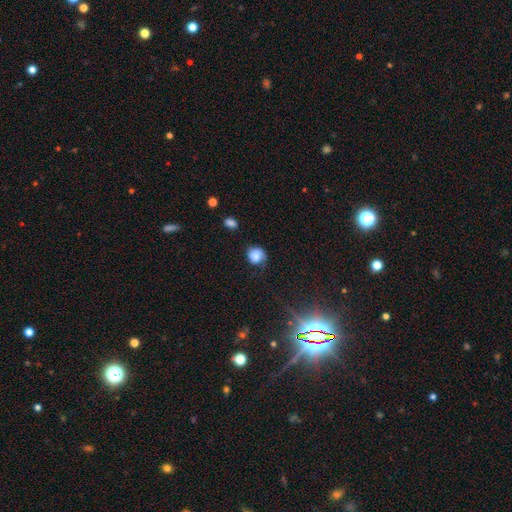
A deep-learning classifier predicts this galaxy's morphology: This appears to be a smooth galaxy with no disk features (77%) that is round (79%). Merging: none (55%).